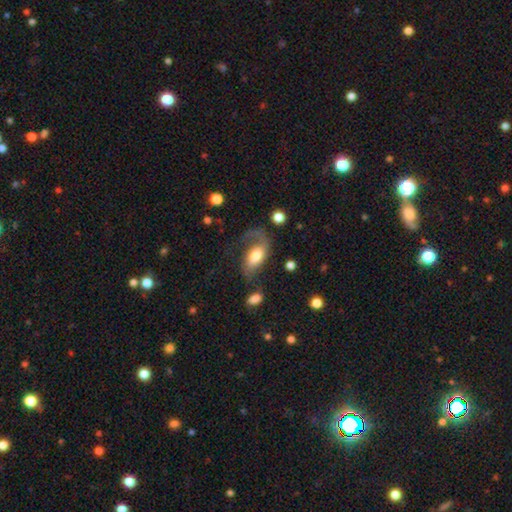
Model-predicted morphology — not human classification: The model was most divided on "merging": major disturbance: 38%, none: 37%, minor disturbance: 19%, merger: 6%. Remaining: edge-on disk — no (94%); spiral arms — yes (86%); smooth or featured — featured or disk (58%); bar — no (55%); bulge size — moderate (43%).